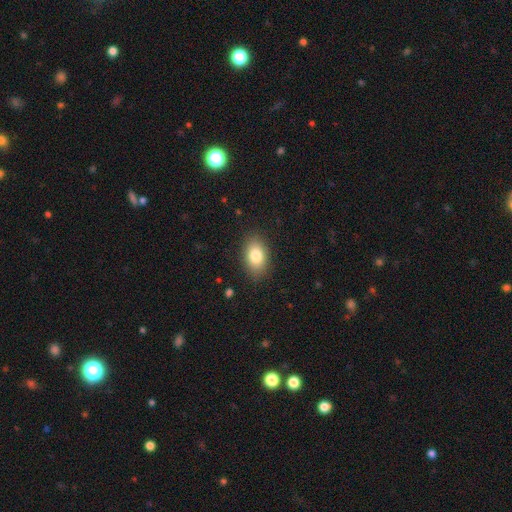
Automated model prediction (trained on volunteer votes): This appears to be a smooth galaxy with no disk features (83%) that is in between round and cigar-shaped (88%). Merging: none (86%).